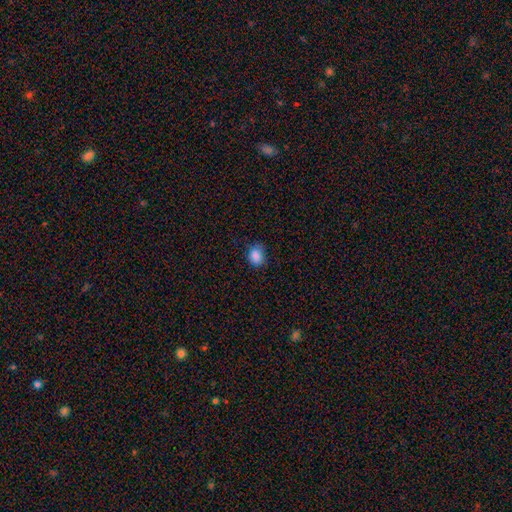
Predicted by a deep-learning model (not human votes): The model was most divided on "how rounded": round: 50%, in between: 49%, cigar-shaped: 1%. More confident: smooth or featured — smooth (87%); merging — none (74%).